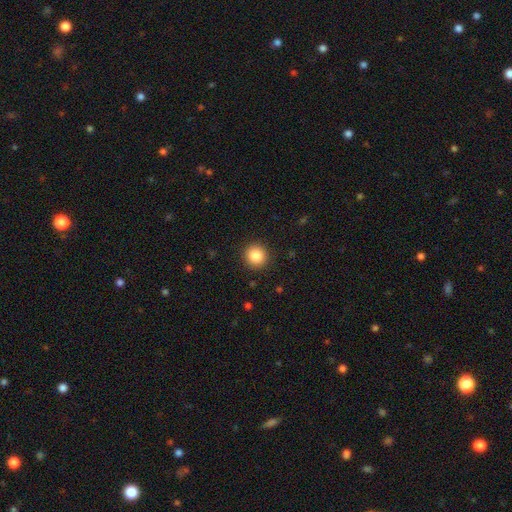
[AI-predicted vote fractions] This is clearly a smooth galaxy (85%). How rounded: clearly round (94%). Merging: clearly none (91%).